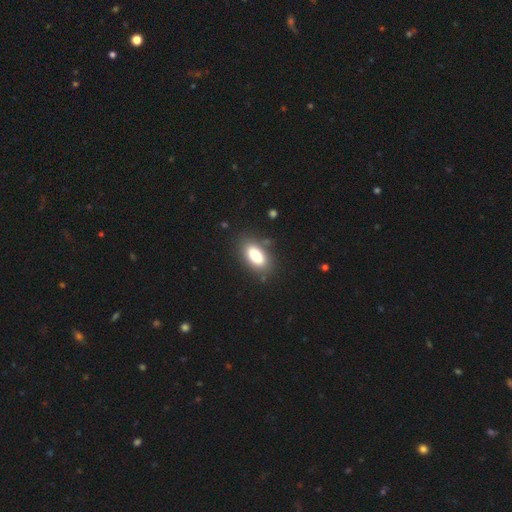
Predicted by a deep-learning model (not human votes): A smooth galaxy with no disk features (83%) that is in between round and cigar-shaped (89%).

Vote fractions:
- Smooth or featured? smooth: 83% / featured or disk: 10% / star or artifact: 8%
- How rounded? in between: 89% / cigar-shaped: 8% / round: 4%
- Merging? none: 82% / minor disturbance: 12% / major disturbance: 4% / merger: 2%